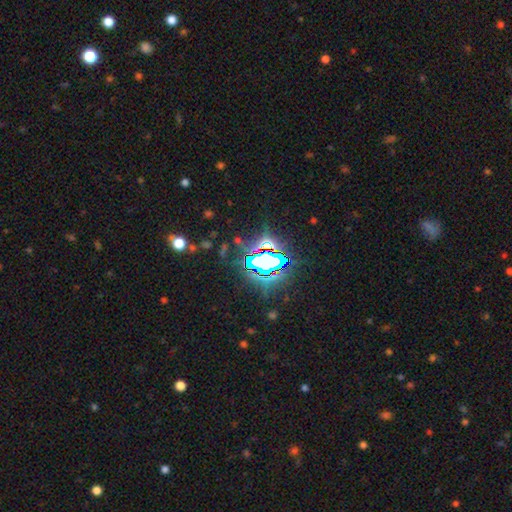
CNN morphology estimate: star or artifact 76%, smooth 13%, featured or disk 11%.